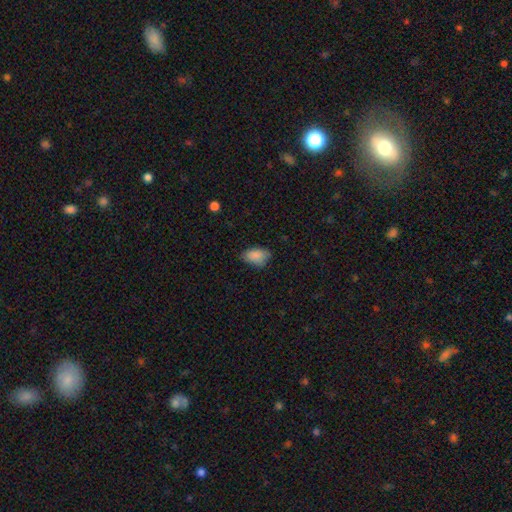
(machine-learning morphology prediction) This appears to be a smooth galaxy with no disk features (86%) that is in between round and cigar-shaped (90%). Merging: none (68%).